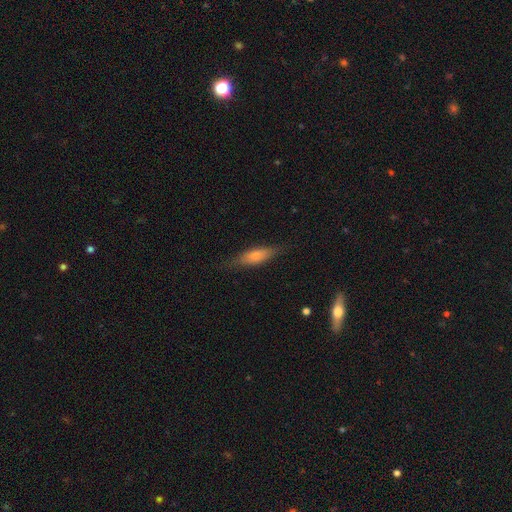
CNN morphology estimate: Q: Smooth or featured?
A: smooth (76%); runner-up: featured or disk (17%)
Q: How rounded?
A: cigar-shaped (54%); runner-up: in between (44%)
Q: Merging?
A: none (77%); runner-up: minor disturbance (17%)